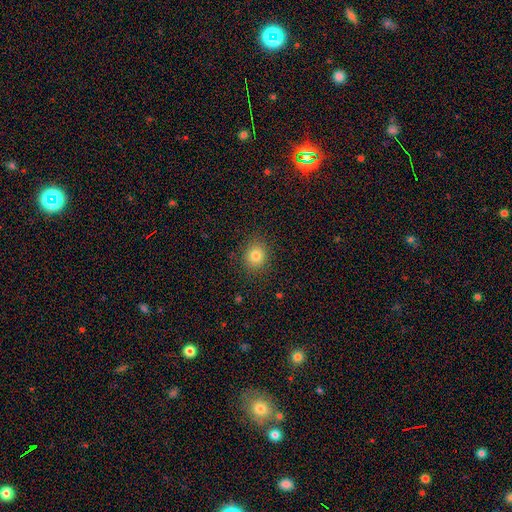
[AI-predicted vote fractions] A smooth galaxy with no disk features (82%) that is round (75%).

Vote fractions:
- Smooth or featured? smooth: 82% / star or artifact: 12% / featured or disk: 7%
- How rounded? round: 75% / in between: 24% / cigar-shaped: 1%
- Merging? none: 88% / minor disturbance: 8% / major disturbance: 3% / merger: 1%